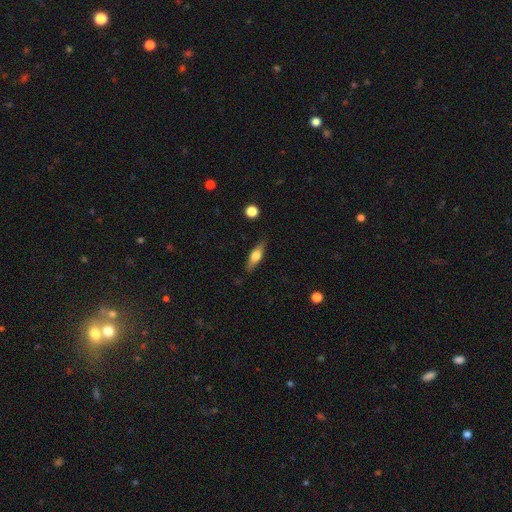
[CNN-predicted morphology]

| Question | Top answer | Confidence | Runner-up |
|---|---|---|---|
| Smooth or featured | smooth | 53% | featured or disk (41%) |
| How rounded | cigar-shaped | 51% | in between (45%) |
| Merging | none | 83% | minor disturbance (12%) |